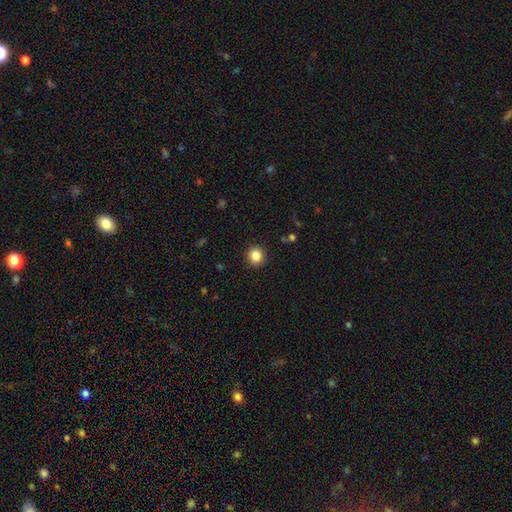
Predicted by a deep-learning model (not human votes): The model was most divided on "how rounded": round: 86%, in between: 13%, cigar-shaped: 1%. More confident: merging — none (91%); smooth or featured — smooth (85%).